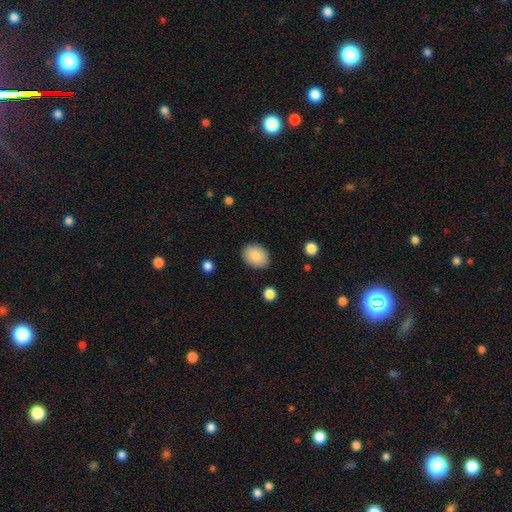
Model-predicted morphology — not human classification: type=smooth (88%); roundness=in between (63%); merging=none (86%).